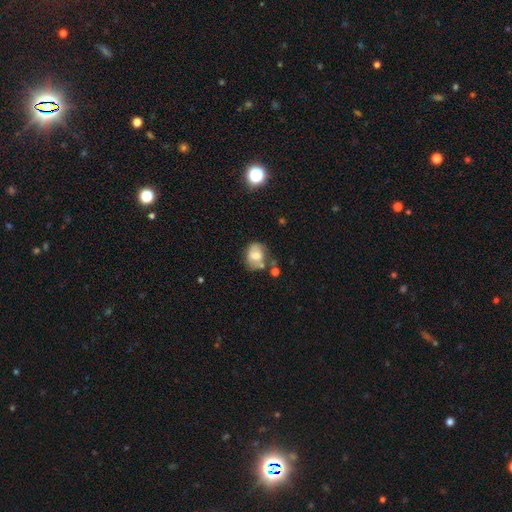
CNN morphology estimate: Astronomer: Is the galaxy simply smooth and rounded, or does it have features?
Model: smooth — 56% (runner-up: featured or disk, 35%).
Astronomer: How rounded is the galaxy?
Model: in between — 56% (runner-up: round, 43%).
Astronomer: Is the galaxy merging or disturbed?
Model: none — 48% (runner-up: minor disturbance, 26%).